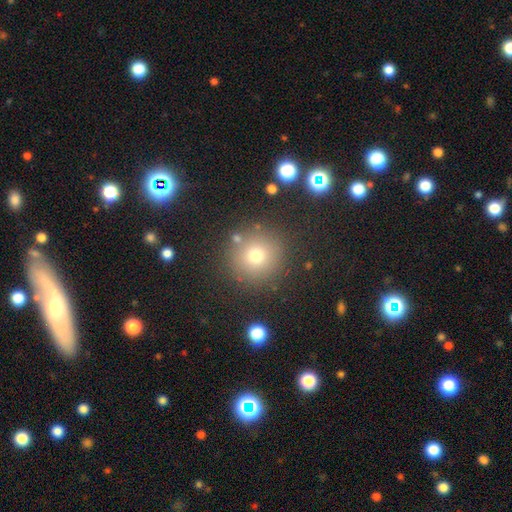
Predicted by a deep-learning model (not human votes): Smooth or featured: smooth — 71% (star or artifact — 18%)
How rounded: round — 94% (in between — 5%)
Merging: none — 85% (minor disturbance — 8%)